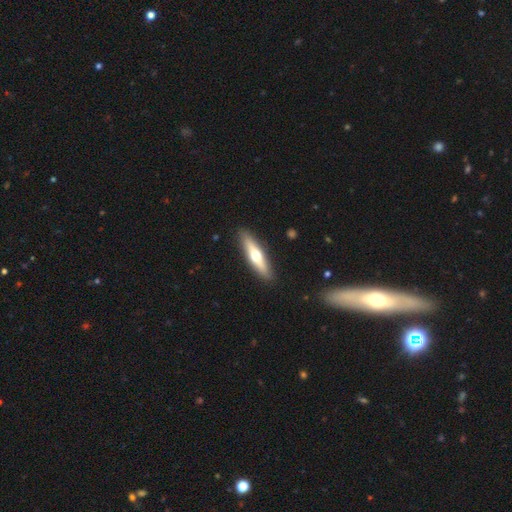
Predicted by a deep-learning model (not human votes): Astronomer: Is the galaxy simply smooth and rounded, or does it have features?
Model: featured or disk — 49% (runner-up: smooth, 46%).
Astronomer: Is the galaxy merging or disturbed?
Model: none — 90%.